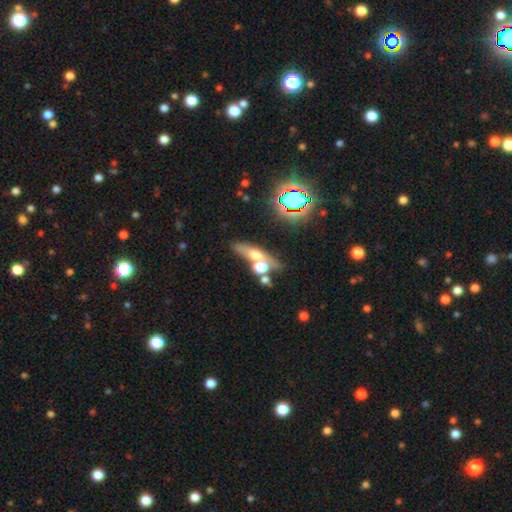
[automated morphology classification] A smooth galaxy with no disk features (43%).

Vote fractions:
- Smooth or featured? smooth: 43% / featured or disk: 37% / star or artifact: 20%
- Merging? none: 52% / merger: 31% / minor disturbance: 11% / major disturbance: 6%